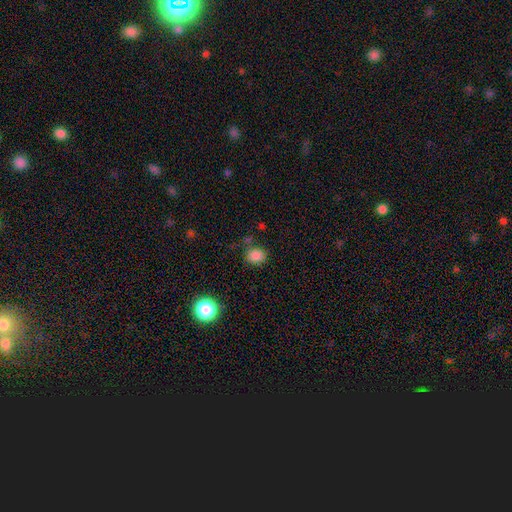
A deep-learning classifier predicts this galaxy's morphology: Smooth or featured? smooth (84%)
How rounded? round (68%)
Merging? none (77%)